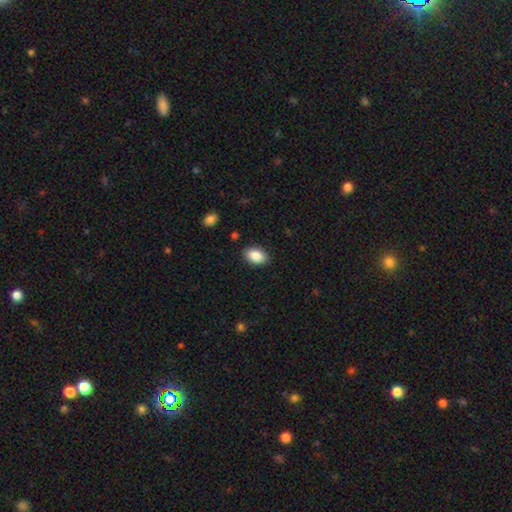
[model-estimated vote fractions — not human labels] Smooth or featured?
  - smooth: 88% *
  - star or artifact: 7%
  - featured or disk: 5%
How rounded?
  - in between: 89% *
  - round: 9%
  - cigar-shaped: 1%
Merging?
  - none: 88% *
  - minor disturbance: 9%
  - major disturbance: 2%
  - merger: 1%